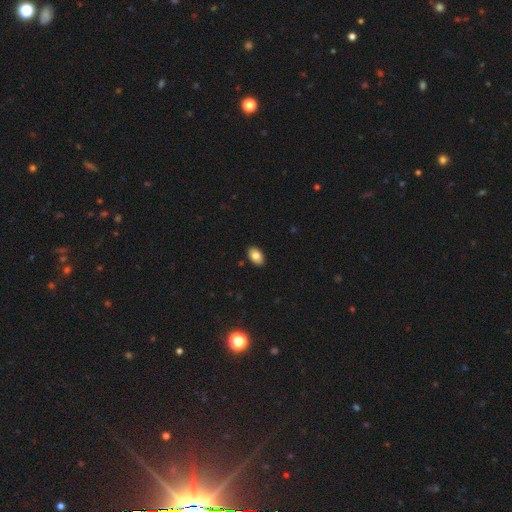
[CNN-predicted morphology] This is clearly a smooth galaxy (82%). How rounded: clearly in between (91%). Merging: clearly none (90%).